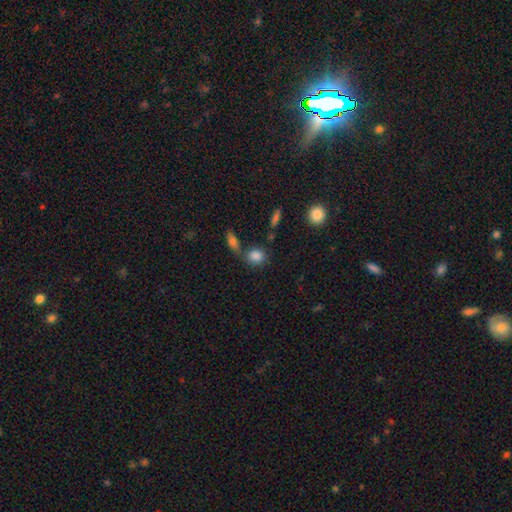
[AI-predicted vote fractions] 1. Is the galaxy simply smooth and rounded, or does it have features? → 84% smooth, 9% star or artifact, 7% featured or disk.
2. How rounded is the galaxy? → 58% round, 39% in between, 2% cigar-shaped.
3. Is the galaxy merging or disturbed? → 57% none, 25% merger, 13% minor disturbance, 5% major disturbance.